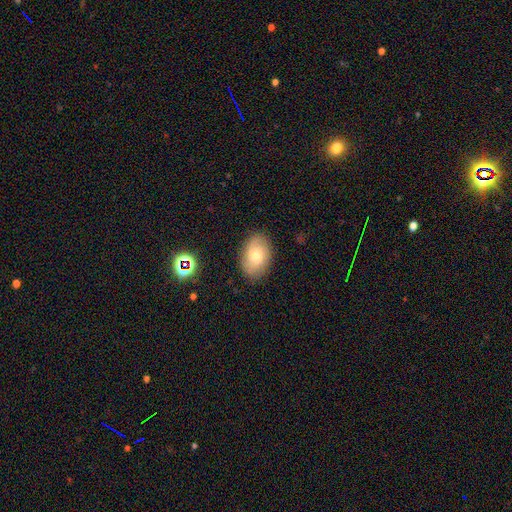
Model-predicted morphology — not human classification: Smooth or featured: smooth — 61% (featured or disk — 30%)
How rounded: in between — 86% (round — 13%)
Merging: none — 84% (minor disturbance — 12%)